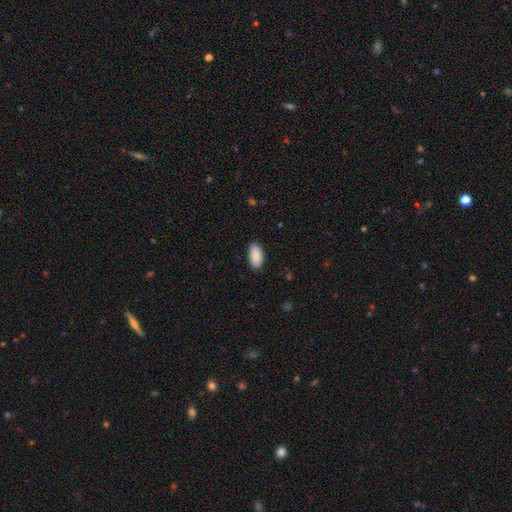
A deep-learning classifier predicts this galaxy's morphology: The model was most divided on "merging": none: 89%, minor disturbance: 8%, major disturbance: 2%, merger: 1%. More confident: how rounded — in between (95%); smooth or featured — smooth (89%).